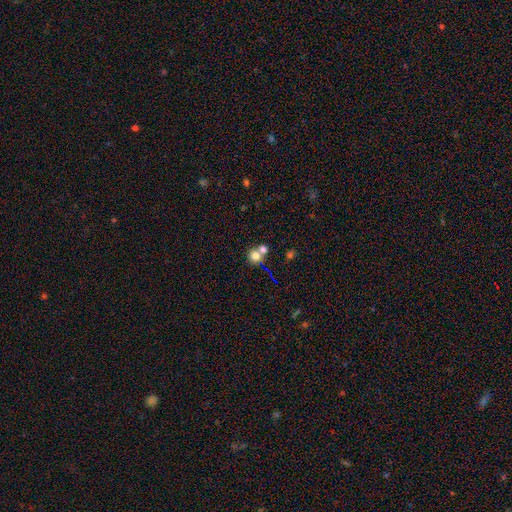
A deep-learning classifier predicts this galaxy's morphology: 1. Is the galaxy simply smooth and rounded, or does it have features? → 76% smooth, 13% star or artifact, 12% featured or disk.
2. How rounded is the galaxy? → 87% round, 12% in between, 1% cigar-shaped.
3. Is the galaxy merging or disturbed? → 47% none, 43% merger, 7% minor disturbance, 3% major disturbance.